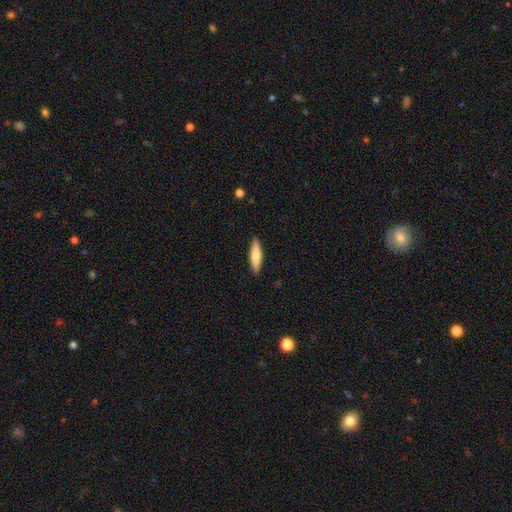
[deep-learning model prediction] Smooth or featured?
  - smooth: 70% *
  - featured or disk: 24%
  - star or artifact: 5%
How rounded?
  - cigar-shaped: 70% *
  - in between: 28%
  - round: 2%
Merging?
  - none: 90% *
  - minor disturbance: 7%
  - major disturbance: 2%
  - merger: 1%